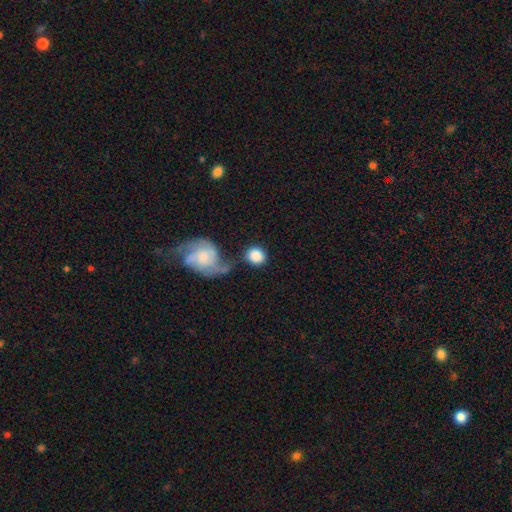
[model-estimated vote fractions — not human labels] Overall: smooth (84%). How rounded: round (83%). Merging: none (54%; merger 21%).